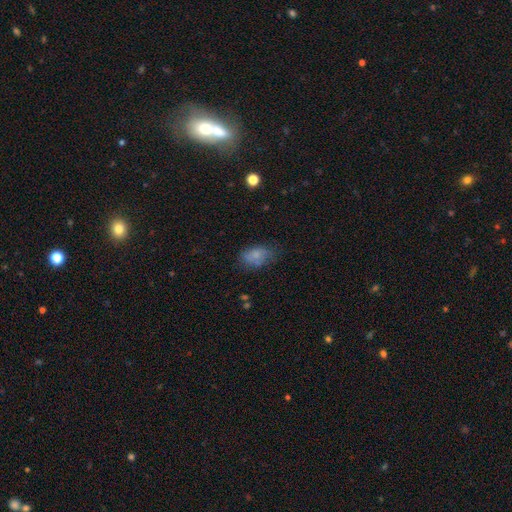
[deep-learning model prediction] smooth_or_featured: smooth (p=0.75) [alt: featured or disk p=0.15]
how_rounded: in between (p=0.89) [alt: round p=0.09]
merging: none (p=0.57) [alt: minor disturbance p=0.27]